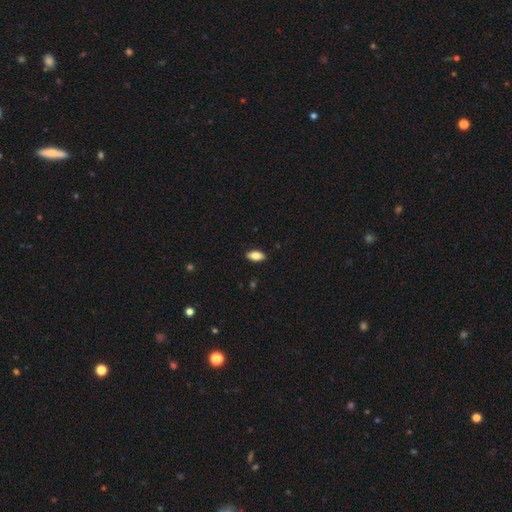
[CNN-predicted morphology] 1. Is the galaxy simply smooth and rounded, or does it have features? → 79% smooth, 14% featured or disk, 7% star or artifact.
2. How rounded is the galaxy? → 88% in between, 9% cigar-shaped, 3% round.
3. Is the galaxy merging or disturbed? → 90% none, 8% minor disturbance, 2% major disturbance, 1% merger.